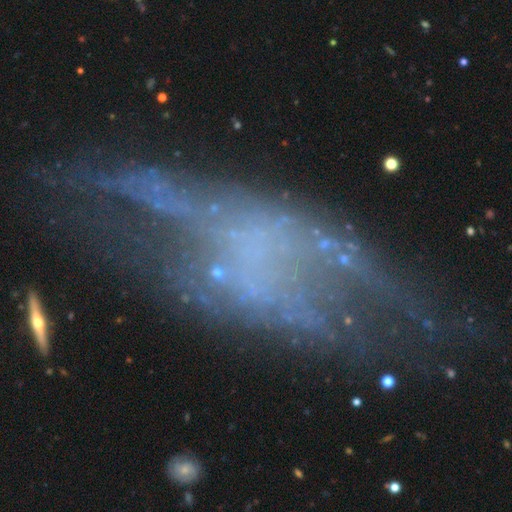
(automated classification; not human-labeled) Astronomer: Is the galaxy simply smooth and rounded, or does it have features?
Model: featured or disk — 67%.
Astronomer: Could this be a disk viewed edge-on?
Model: no — 72%.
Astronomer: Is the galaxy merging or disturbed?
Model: none — 41% (runner-up: major disturbance, 32%).